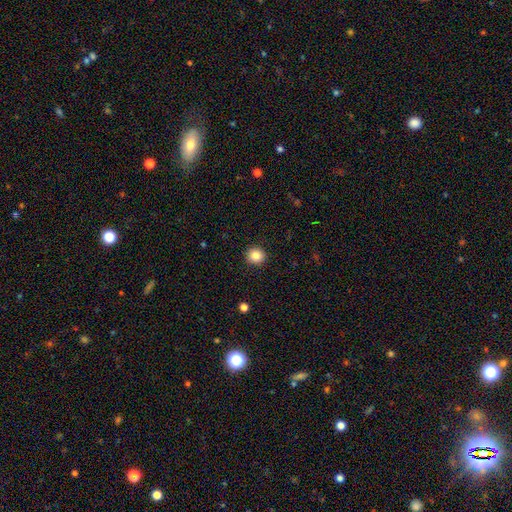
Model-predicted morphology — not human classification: Q: Smooth or featured?
A: smooth (85%); runner-up: star or artifact (10%)
Q: How rounded?
A: round (92%); runner-up: in between (7%)
Q: Merging?
A: none (92%); runner-up: minor disturbance (5%)